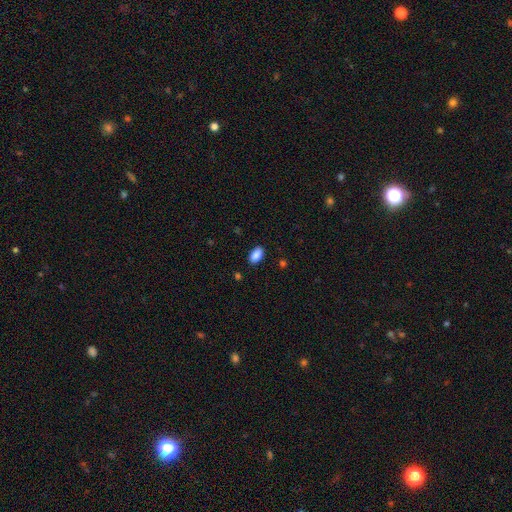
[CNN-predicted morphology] Smooth or featured: smooth — 89% (star or artifact — 7%)
How rounded: in between — 93% (round — 4%)
Merging: none — 88% (minor disturbance — 9%)